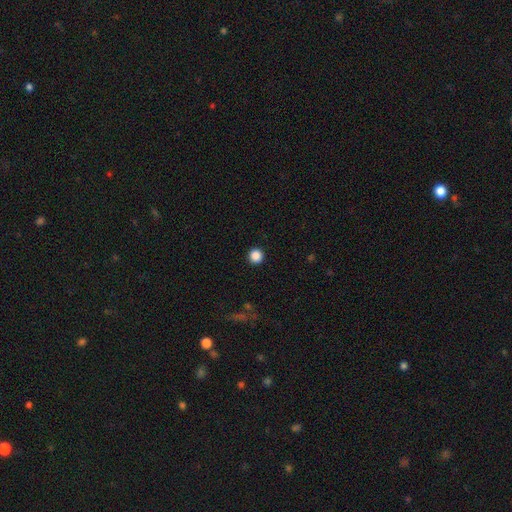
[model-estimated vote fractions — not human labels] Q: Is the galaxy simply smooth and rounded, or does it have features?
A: smooth — 87%.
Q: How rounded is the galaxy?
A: round — 96%.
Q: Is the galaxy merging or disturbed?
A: none — 93%.